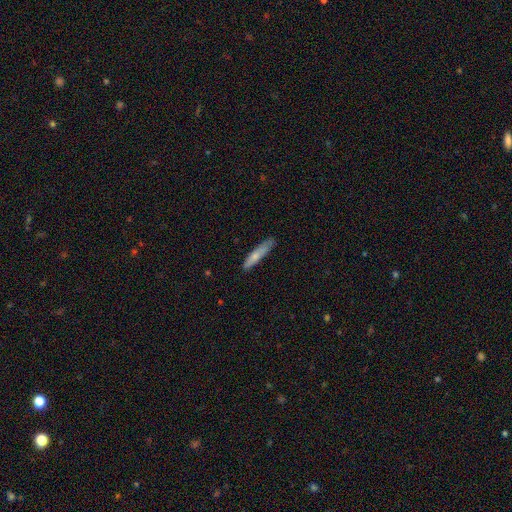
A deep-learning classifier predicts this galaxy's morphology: Smooth or featured: smooth — 69% (featured or disk — 25%)
How rounded: cigar-shaped — 89% (in between — 10%)
Merging: none — 80% (minor disturbance — 16%)